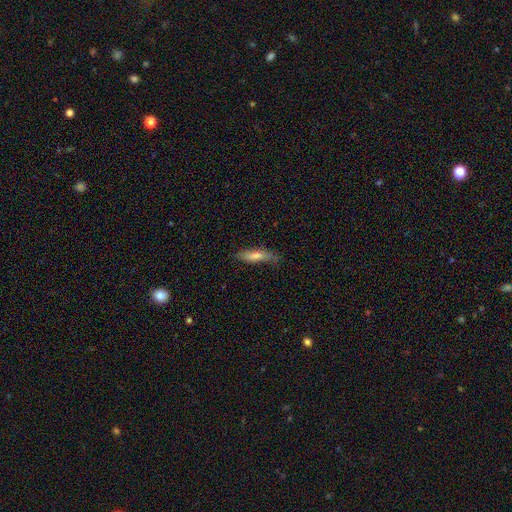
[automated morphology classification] Smooth or featured? Predicted: smooth (p=0.62). How rounded? Predicted: cigar-shaped (p=0.77). Merging? Predicted: none (p=0.76).